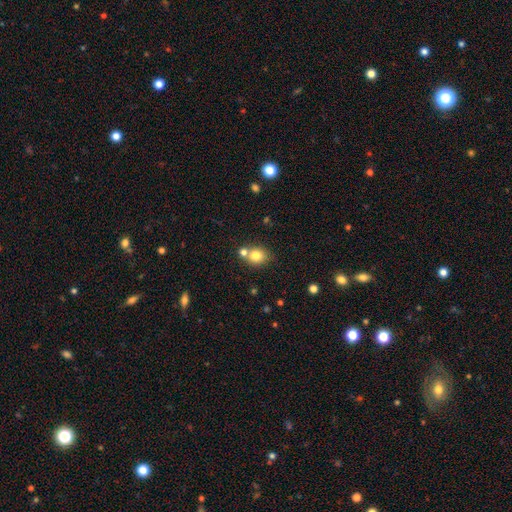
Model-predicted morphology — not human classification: A smooth galaxy with no disk features (80%) that is round (66%). Merging: none (56%).